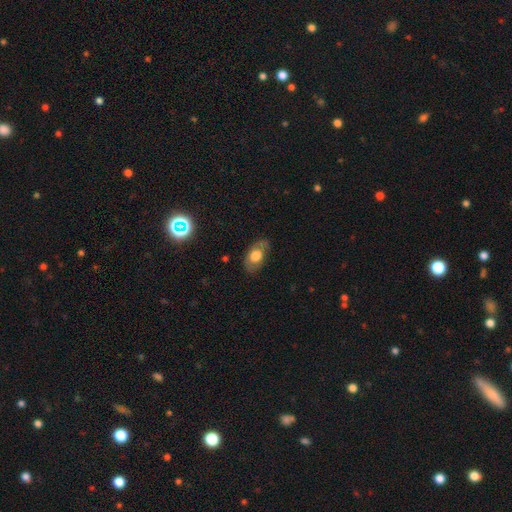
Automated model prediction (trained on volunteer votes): Smooth or featured: smooth — 55% (featured or disk — 37%)
How rounded: in between — 87% (round — 11%)
Merging: none — 72% (minor disturbance — 20%)